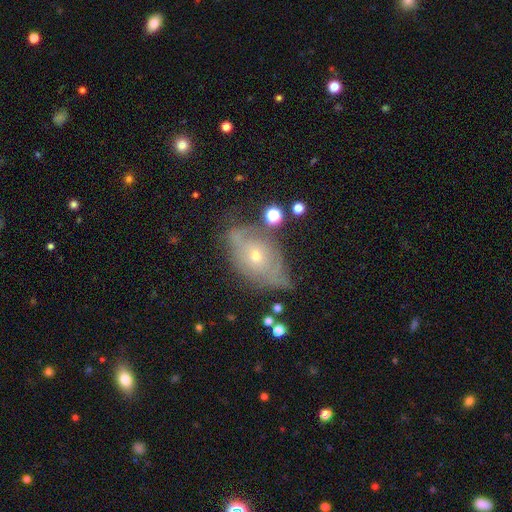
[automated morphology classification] The model was most divided on "bulge size": small: 54%, moderate: 42%, large: 2%, none: 1%, dominant: 1%. Remaining: edge-on disk — no (88%); bar — no (79%); smooth or featured — featured or disk (61%); spiral arms — yes (58%); merging — none (47%).